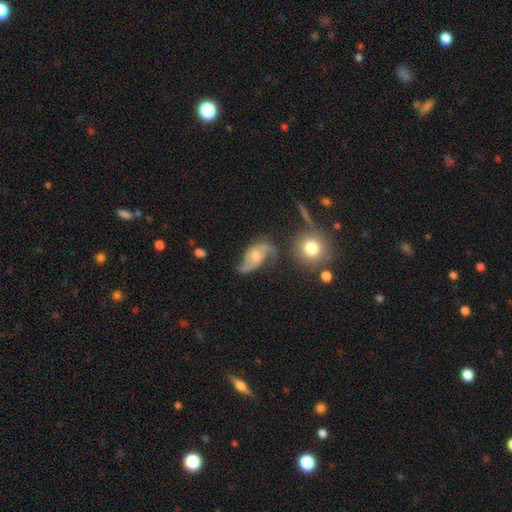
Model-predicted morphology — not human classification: Overall: featured or disk (63%; smooth 28%). Edge-on disk: no (94%). Bar: no (59%; weak 34%). Spiral arms: yes (83%). Bulge size: moderate (55%; small 30%). Merging: none (37%; minor disturbance 29%).